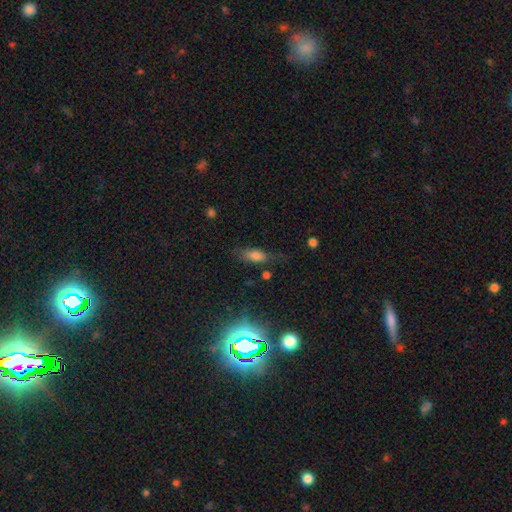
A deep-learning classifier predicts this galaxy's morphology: smooth 76%, featured or disk 12%, star or artifact 12%. Down the decision tree: how rounded — in between (78%); merging — none (61%).